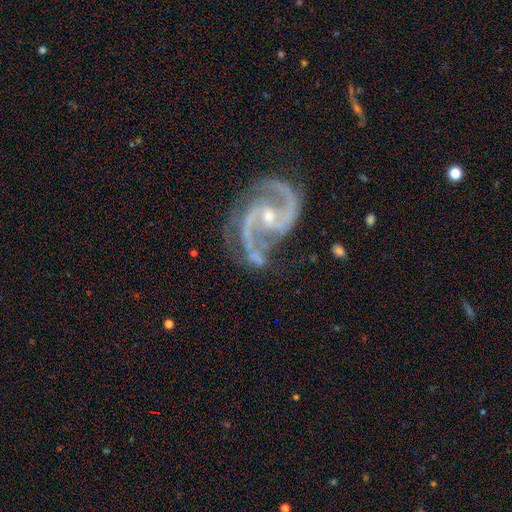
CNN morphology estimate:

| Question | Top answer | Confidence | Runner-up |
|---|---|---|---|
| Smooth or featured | featured or disk | 90% | star or artifact (6%) |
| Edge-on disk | no | 98% | yes (2%) |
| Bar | weak | 45% | no (36%) |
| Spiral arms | yes | 97% | no (3%) |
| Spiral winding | medium | 55% | loose (28%) |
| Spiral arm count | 2 | 90% | 3 (3%) |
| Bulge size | small | 51% | moderate (42%) |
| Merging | none | 60% | minor disturbance (21%) |